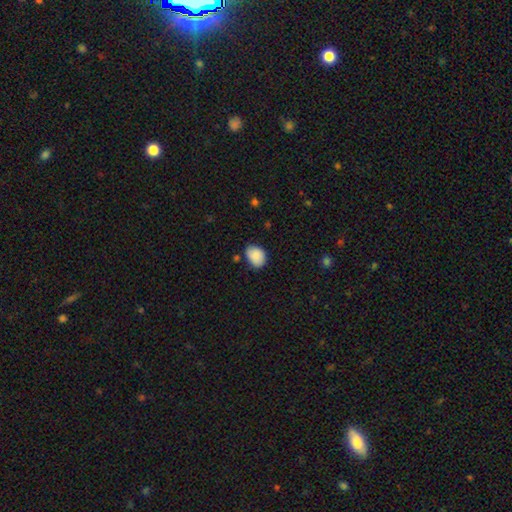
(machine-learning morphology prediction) smooth 86%, star or artifact 7%, featured or disk 7%. Down the decision tree: how rounded — in between (71%); merging — none (70%).